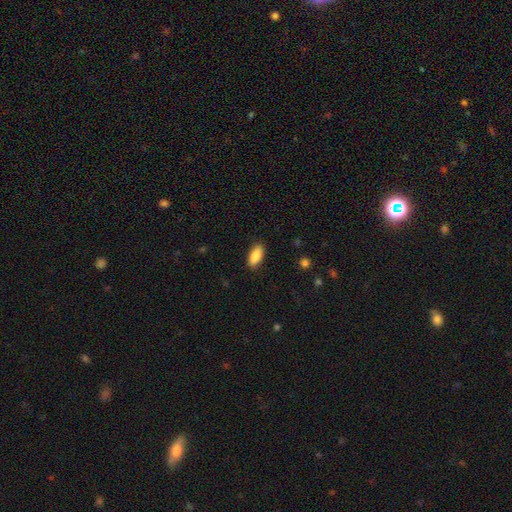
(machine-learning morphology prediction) Q: Smooth or featured?
A: smooth (86%); runner-up: featured or disk (7%)
Q: How rounded?
A: in between (85%); runner-up: cigar-shaped (13%)
Q: Merging?
A: none (88%); runner-up: minor disturbance (9%)